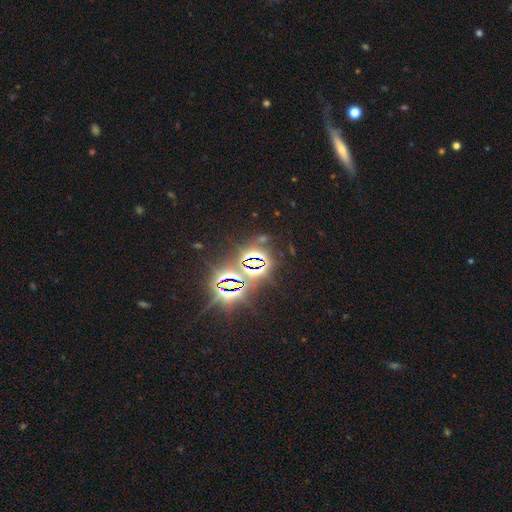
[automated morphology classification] This is clearly a star or artifact rather than a galaxy (84%).